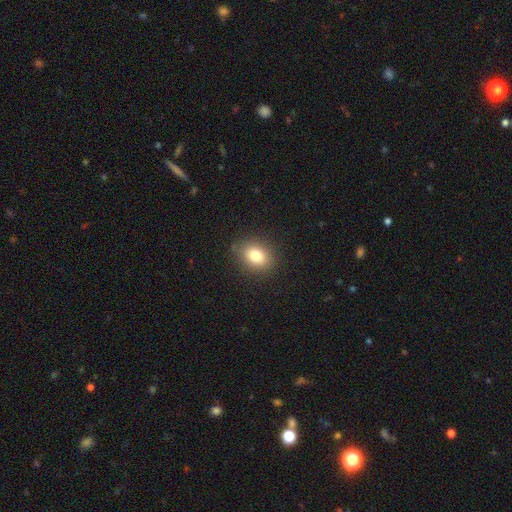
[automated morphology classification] Smooth or featured?
  - smooth: 82% *
  - star or artifact: 10%
  - featured or disk: 8%
How rounded?
  - in between: 59% *
  - round: 40%
  - cigar-shaped: 1%
Merging?
  - none: 86% *
  - minor disturbance: 10%
  - major disturbance: 3%
  - merger: 1%